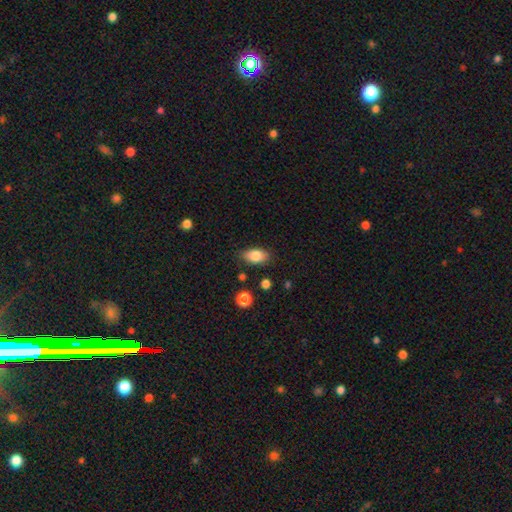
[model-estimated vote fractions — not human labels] smooth_or_featured: smooth (p=0.83) [alt: featured or disk p=0.08]
how_rounded: in between (p=0.89) [alt: round p=0.08]
merging: none (p=0.81) [alt: minor disturbance p=0.14]